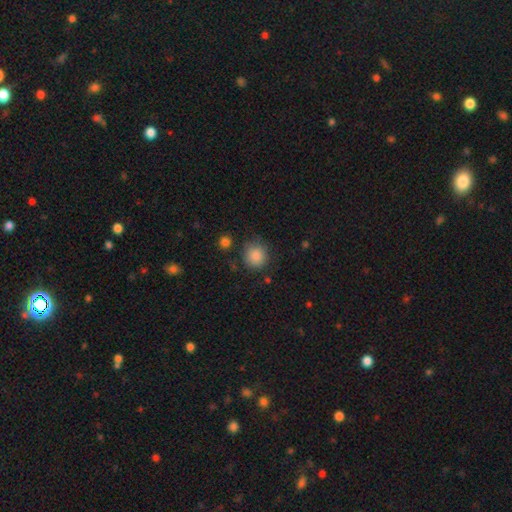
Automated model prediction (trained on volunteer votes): smooth 87%, star or artifact 9%, featured or disk 4%. Down the decision tree: how rounded — round (91%); merging — none (80%).